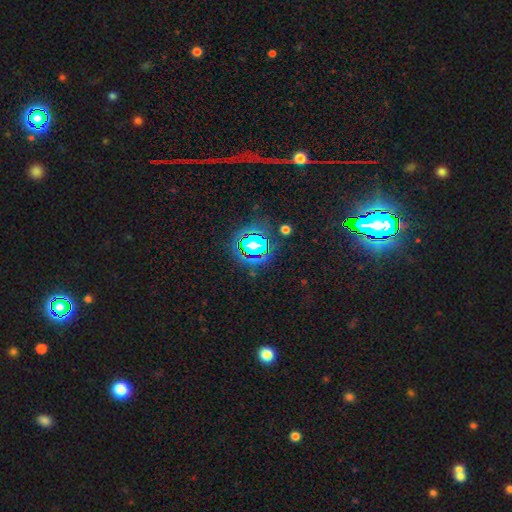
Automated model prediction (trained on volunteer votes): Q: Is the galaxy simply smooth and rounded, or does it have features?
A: star or artifact — 82%.